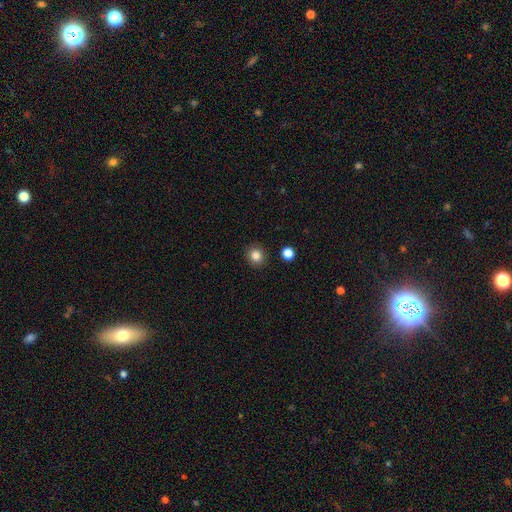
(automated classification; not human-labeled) Smooth or featured?
  - smooth: 84% *
  - star or artifact: 11%
  - featured or disk: 5%
How rounded?
  - round: 87% *
  - in between: 12%
  - cigar-shaped: 1%
Merging?
  - none: 90% *
  - minor disturbance: 6%
  - major disturbance: 2%
  - merger: 2%